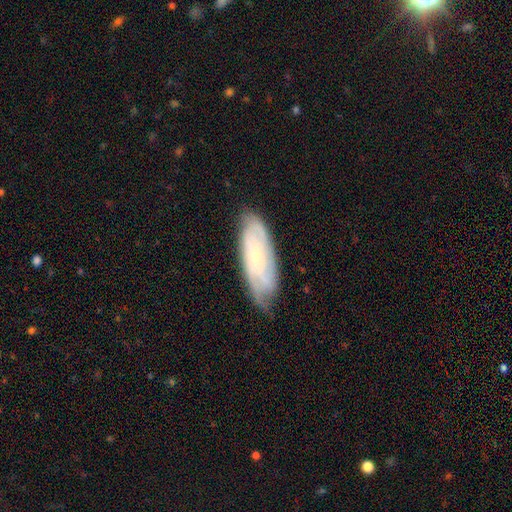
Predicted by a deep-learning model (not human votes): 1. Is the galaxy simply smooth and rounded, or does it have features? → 67% featured or disk, 26% smooth, 7% star or artifact.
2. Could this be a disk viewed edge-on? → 87% no, 13% yes.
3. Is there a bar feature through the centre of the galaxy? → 74% no, 21% weak, 5% strong.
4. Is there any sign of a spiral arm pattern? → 89% yes, 11% no.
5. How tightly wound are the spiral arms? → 69% tight, 24% medium, 7% loose.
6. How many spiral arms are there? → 55% can't tell, 17% 2, 11% 3, 9% 4, 4% more than 4, 4% 1.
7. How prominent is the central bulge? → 79% small, 16% moderate, 3% none, 1% large, 1% dominant.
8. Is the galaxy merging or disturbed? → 71% none, 23% minor disturbance, 5% major disturbance, 1% merger.